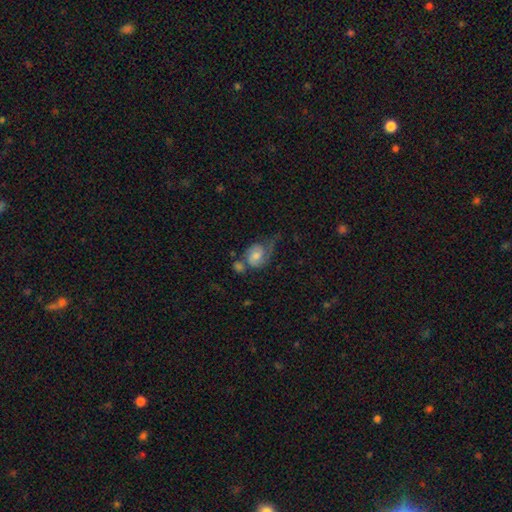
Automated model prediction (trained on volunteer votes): Smooth or featured: featured or disk — 49% (smooth — 43%)
Merging: none — 28% (major disturbance — 25%)